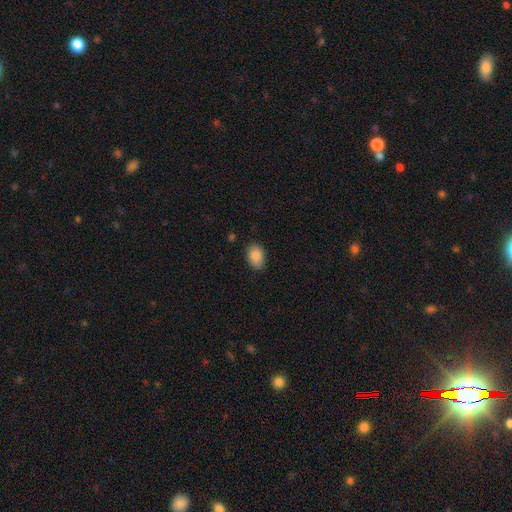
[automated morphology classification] smooth-or-featured: smooth: 88% | star or artifact: 7% | featured or disk: 5%
  how-rounded: in between: 83% | round: 16% | cigar-shaped: 1%
  merging: none: 82% | minor disturbance: 14% | major disturbance: 3% | merger: 1%